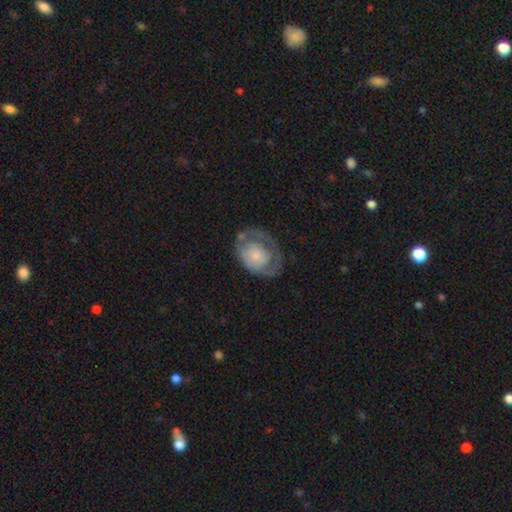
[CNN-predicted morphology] Smooth or featured? Predicted: featured or disk (p=0.62). Edge-on disk? Predicted: no (p=0.97). Bar? Predicted: no (p=0.81). Spiral arms? Predicted: yes (p=0.70). Bulge size? Predicted: small (p=0.39). Merging? Predicted: none (p=0.50).